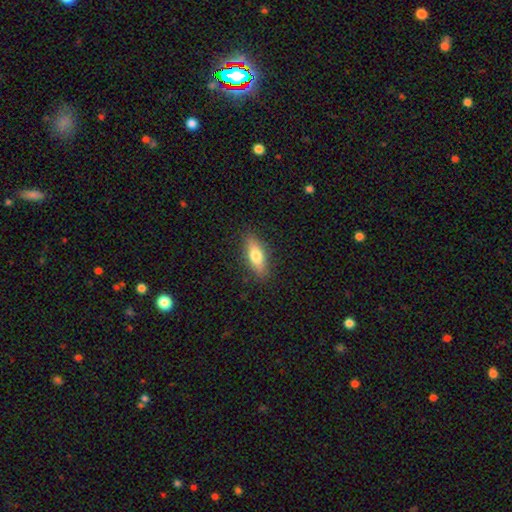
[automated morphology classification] Smooth or featured?
  - smooth: 70% *
  - featured or disk: 23%
  - star or artifact: 7%
How rounded?
  - in between: 64% *
  - cigar-shaped: 32%
  - round: 3%
Merging?
  - none: 86% *
  - minor disturbance: 11%
  - major disturbance: 3%
  - merger: 1%